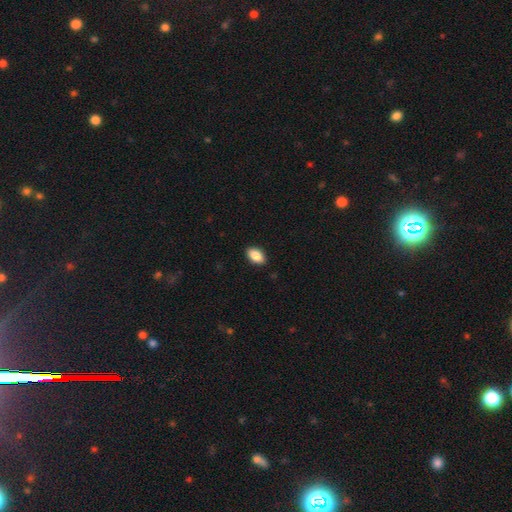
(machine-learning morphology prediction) smooth 88%, star or artifact 7%, featured or disk 5%. Down the decision tree: how rounded — in between (93%); merging — none (90%).